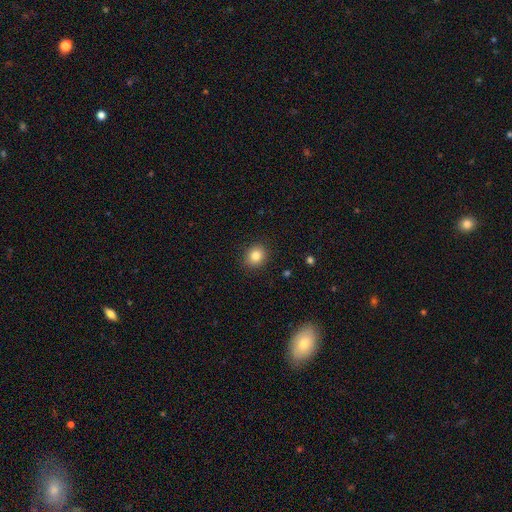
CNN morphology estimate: This appears to be a smooth galaxy with no disk features (83%) that is round (72%). Merging: none (90%).